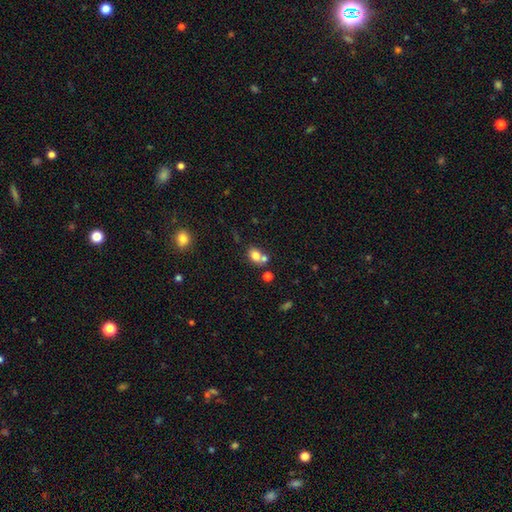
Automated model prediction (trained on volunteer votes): A smooth galaxy with no disk features (77%) that is in between round and cigar-shaped (56%). Merging: none (43%).